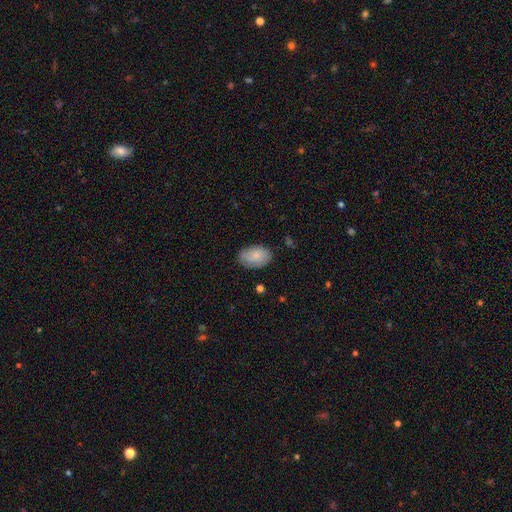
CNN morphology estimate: A smooth galaxy with no disk features (83%) that is in between round and cigar-shaped (90%). Merging: none (78%).